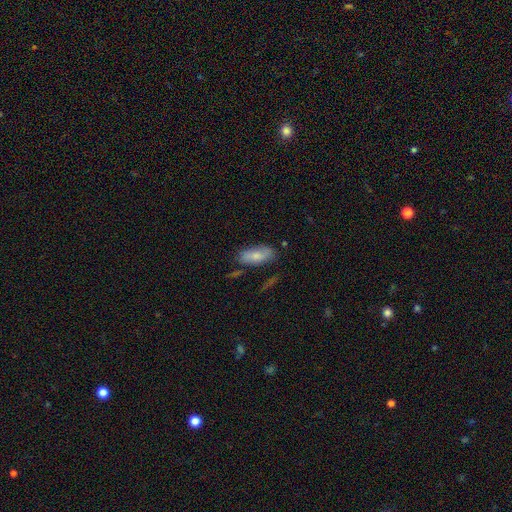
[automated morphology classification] Smooth or featured: smooth — 72% (featured or disk — 21%)
How rounded: in between — 83% (cigar-shaped — 15%)
Merging: none — 73% (minor disturbance — 18%)